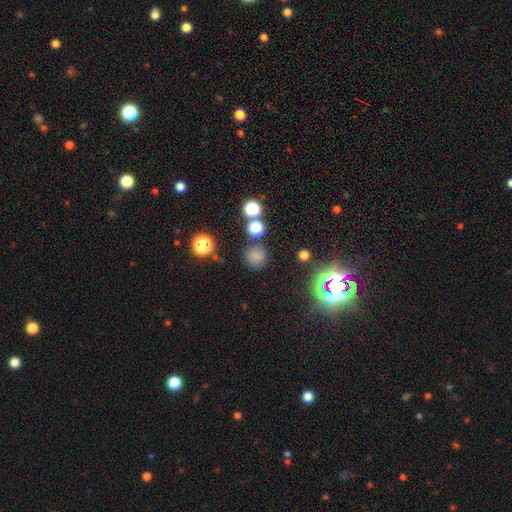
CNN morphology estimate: smooth-or-featured: smooth: 72% | star or artifact: 22% | featured or disk: 6%
  how-rounded: round: 91% | in between: 8% | cigar-shaped: 1%
  merging: none: 78% | minor disturbance: 11% | merger: 6% | major disturbance: 5%